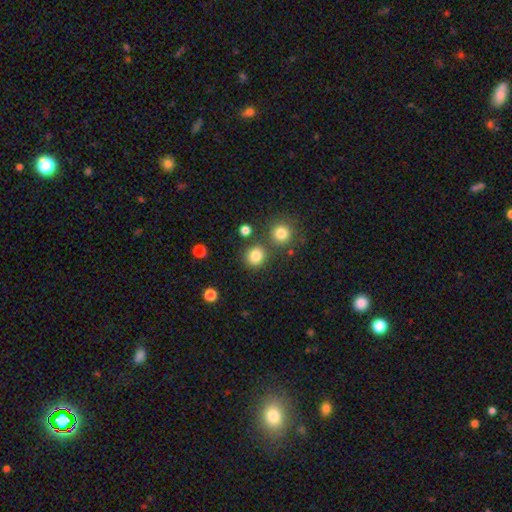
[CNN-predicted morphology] type=smooth (82%); roundness=round (90%); merging=none (81%).